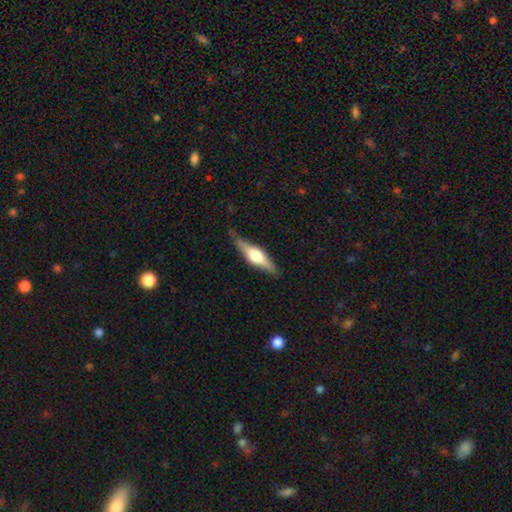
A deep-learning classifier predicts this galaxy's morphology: Smooth or featured? featured or disk (69%)
Edge-on disk? yes (97%)
Edge-on bulge? rounded (90%)
Merging? none (83%)